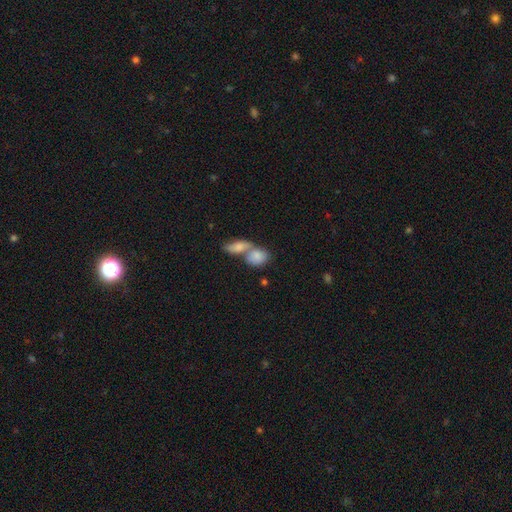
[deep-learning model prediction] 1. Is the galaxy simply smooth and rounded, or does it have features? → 80% smooth, 13% featured or disk, 7% star or artifact.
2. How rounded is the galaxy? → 73% in between, 23% round, 4% cigar-shaped.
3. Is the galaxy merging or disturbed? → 64% merger, 24% none, 7% minor disturbance, 4% major disturbance.